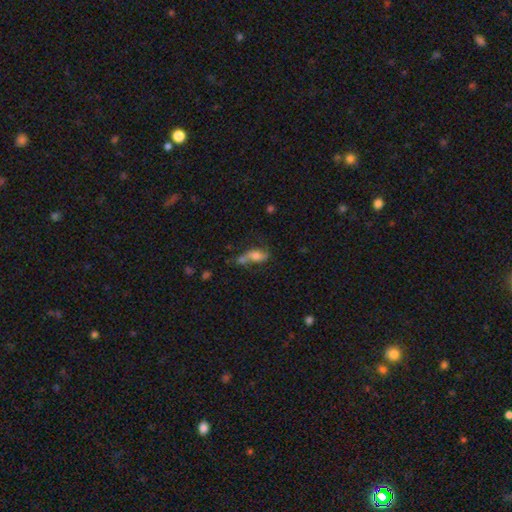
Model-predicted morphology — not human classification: Smooth or featured? Predicted: smooth (p=0.45). Merging? Predicted: none (p=0.39).